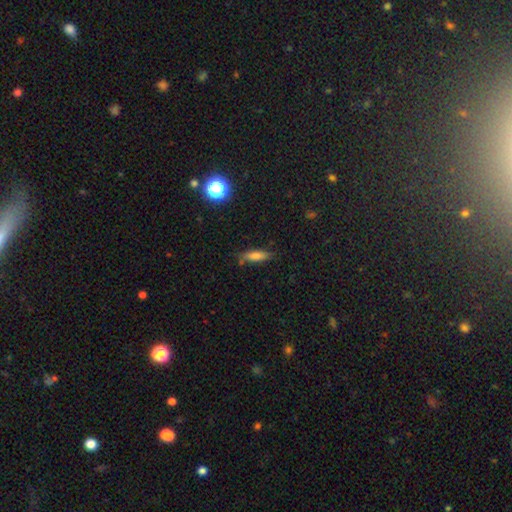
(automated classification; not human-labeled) Smooth or featured: smooth — 71% (featured or disk — 19%)
How rounded: cigar-shaped — 53% (in between — 44%)
Merging: none — 71% (minor disturbance — 20%)